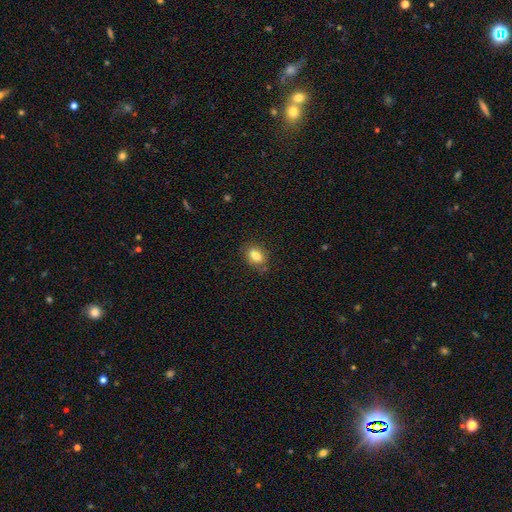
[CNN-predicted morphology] Smooth or featured? Predicted: smooth (p=0.82). How rounded? Predicted: in between (p=0.77). Merging? Predicted: none (p=0.78).